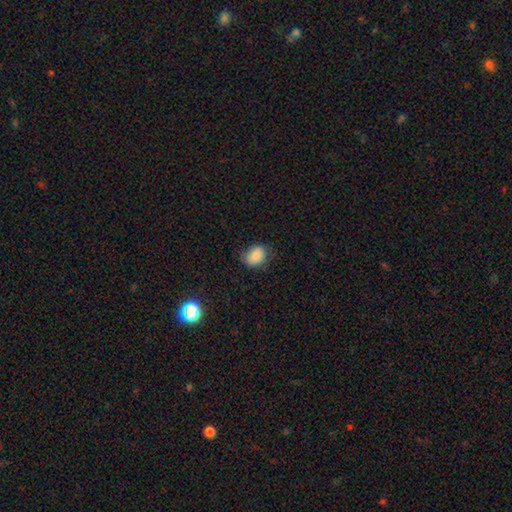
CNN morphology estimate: Smooth or featured: smooth — 84% (star or artifact — 9%)
How rounded: in between — 68% (round — 31%)
Merging: none — 68% (minor disturbance — 25%)